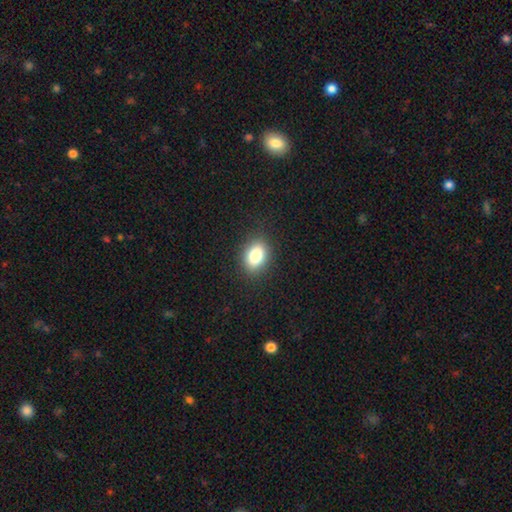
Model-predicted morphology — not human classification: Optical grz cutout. It shows a smooth galaxy with no disk features (82%) that is in between round and cigar-shaped (72%). Merging: none (88%).